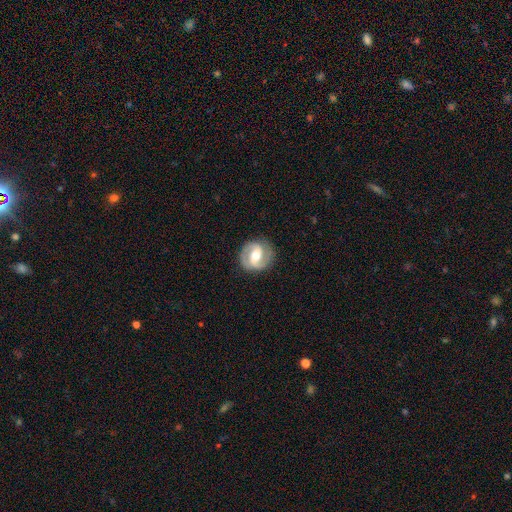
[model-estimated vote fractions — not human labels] Smooth or featured?
  - featured or disk: 80% *
  - smooth: 15%
  - star or artifact: 5%
Edge-on disk?
  - no: 97% *
  - yes: 3%
Bar?
  - weak: 42% *
  - strong: 38%
  - no: 19%
Spiral arms?
  - yes: 90% *
  - no: 10%
Spiral winding?
  - medium: 48% *
  - tight: 37%
  - loose: 15%
Spiral arm count?
  - 2: 90% *
  - can't tell: 4%
  - 1: 3%
  - 3: 1%
  - 4: 1%
  - more than 4: 1%
Bulge size?
  - moderate: 71% *
  - small: 17%
  - large: 10%
  - none: 1%
  - dominant: 1%
Merging?
  - none: 86% *
  - minor disturbance: 10%
  - major disturbance: 3%
  - merger: 1%